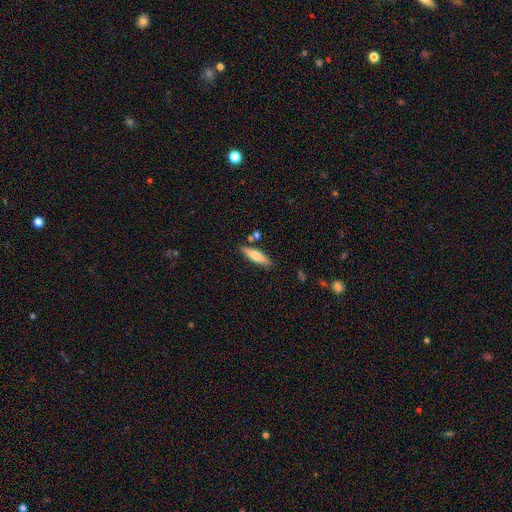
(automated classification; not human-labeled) Smooth or featured?
  - smooth: 64% *
  - featured or disk: 30%
  - star or artifact: 6%
How rounded?
  - cigar-shaped: 68% *
  - in between: 30%
  - round: 2%
Merging?
  - none: 82% *
  - minor disturbance: 11%
  - merger: 5%
  - major disturbance: 2%